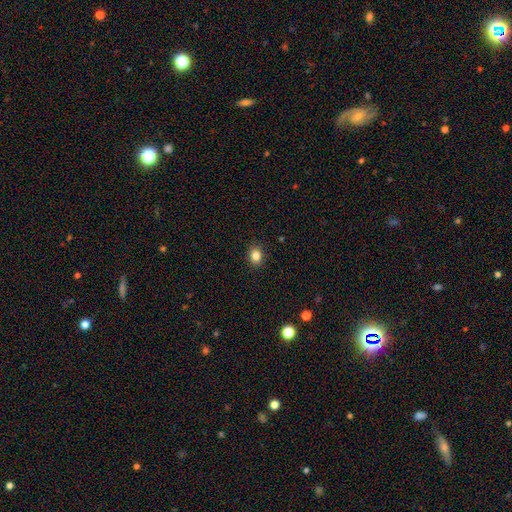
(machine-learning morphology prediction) Smooth or featured?
  - smooth: 84% *
  - star or artifact: 11%
  - featured or disk: 5%
How rounded?
  - round: 54% *
  - in between: 45%
  - cigar-shaped: 1%
Merging?
  - none: 90% *
  - minor disturbance: 7%
  - major disturbance: 2%
  - merger: 1%